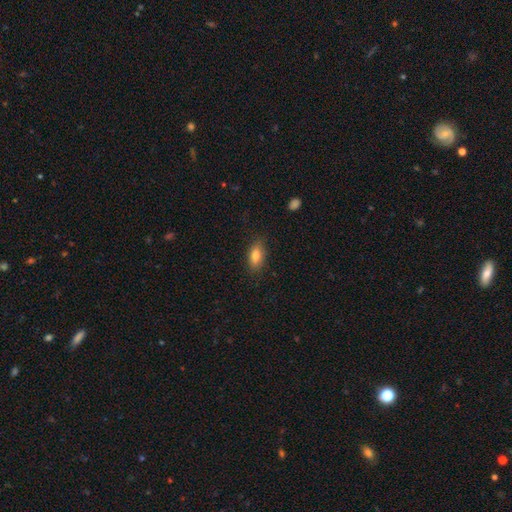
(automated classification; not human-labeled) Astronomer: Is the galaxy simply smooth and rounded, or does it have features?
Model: smooth — 80%.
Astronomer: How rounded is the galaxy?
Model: in between — 86%.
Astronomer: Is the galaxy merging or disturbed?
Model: none — 82%.